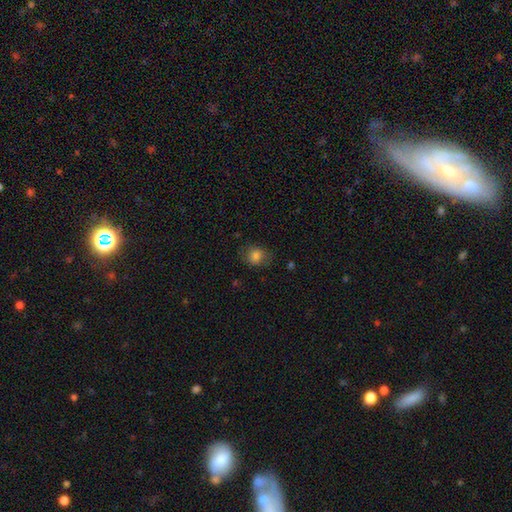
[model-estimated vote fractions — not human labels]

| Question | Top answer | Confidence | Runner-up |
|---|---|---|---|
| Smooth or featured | smooth | 81% | star or artifact (10%) |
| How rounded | round | 61% | in between (38%) |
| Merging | none | 71% | minor disturbance (20%) |